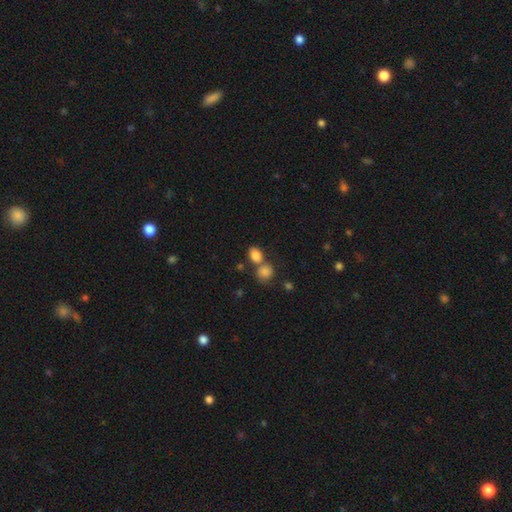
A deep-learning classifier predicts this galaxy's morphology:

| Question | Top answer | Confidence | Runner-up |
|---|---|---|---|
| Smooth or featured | smooth | 83% | star or artifact (10%) |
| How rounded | in between | 63% | round (36%) |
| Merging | none | 47% | merger (39%) |